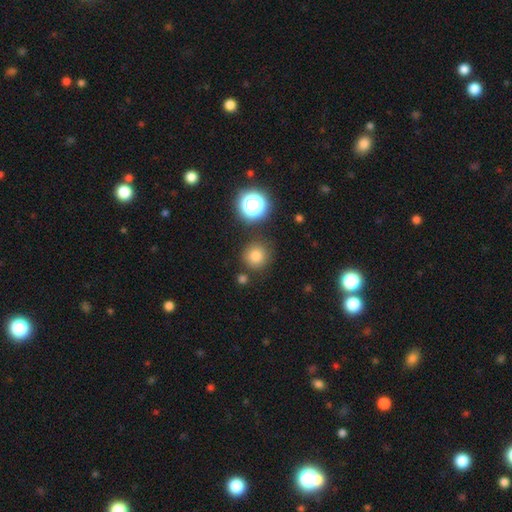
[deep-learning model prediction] Morphology: type=smooth (79%); roundness=round (94%); merging=none (84%).